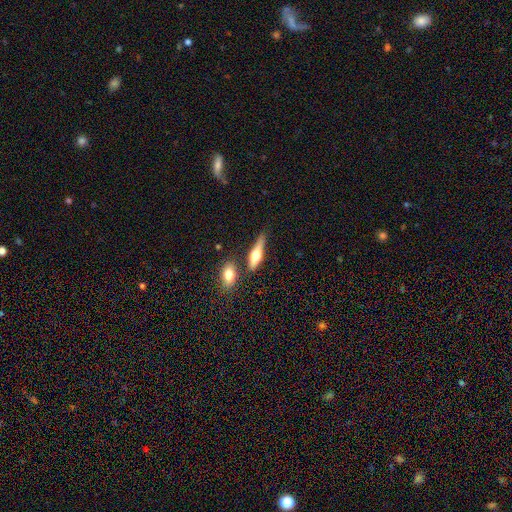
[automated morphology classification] This is possibly a smooth galaxy (54%). How rounded: possibly cigar-shaped (54%). Merging: likely none (61%).